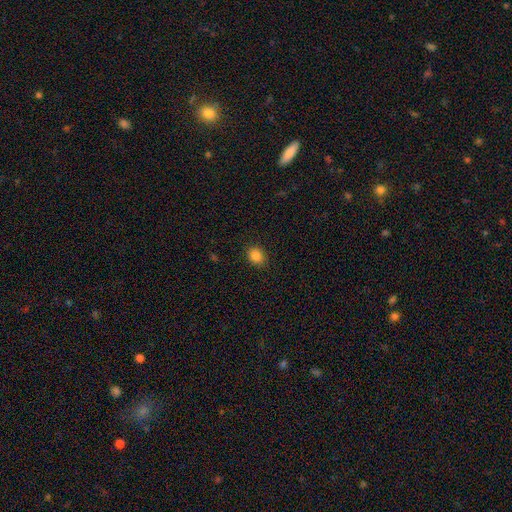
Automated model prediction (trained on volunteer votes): smooth_or_featured: smooth (p=0.85) [alt: star or artifact p=0.10]
how_rounded: in between (p=0.54) [alt: round p=0.45]
merging: none (p=0.89) [alt: minor disturbance p=0.08]